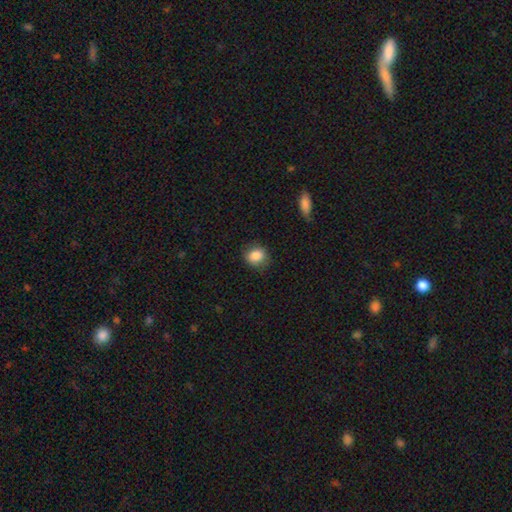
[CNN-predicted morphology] The model was most divided on "how rounded": round: 62%, in between: 37%, cigar-shaped: 1%. More confident: smooth or featured — smooth (87%); merging — none (79%).